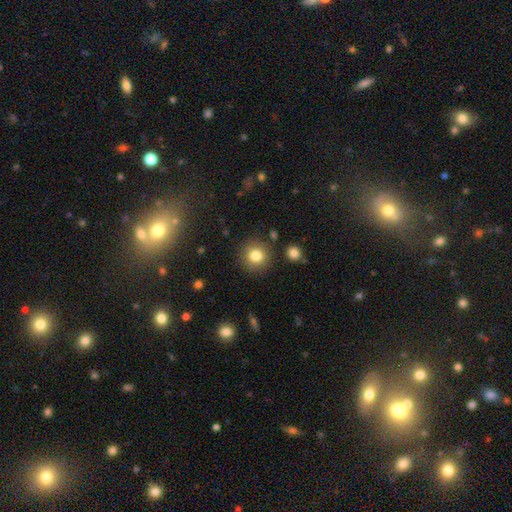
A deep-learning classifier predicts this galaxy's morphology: This is clearly a smooth galaxy (81%). How rounded: clearly round (92%). Merging: clearly none (87%).